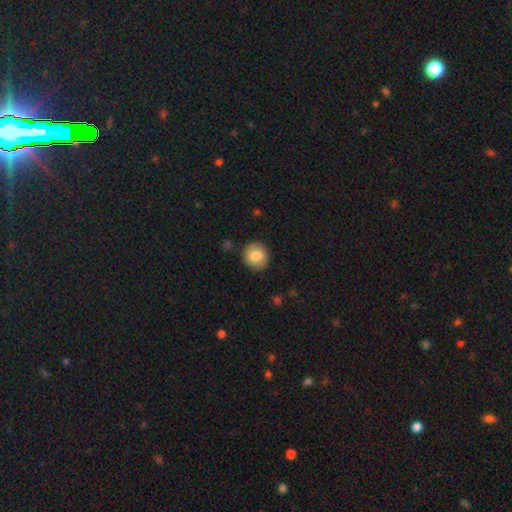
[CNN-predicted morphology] Q: Smooth or featured?
A: smooth (80%); runner-up: featured or disk (12%)
Q: How rounded?
A: round (87%); runner-up: in between (12%)
Q: Merging?
A: none (89%); runner-up: minor disturbance (8%)